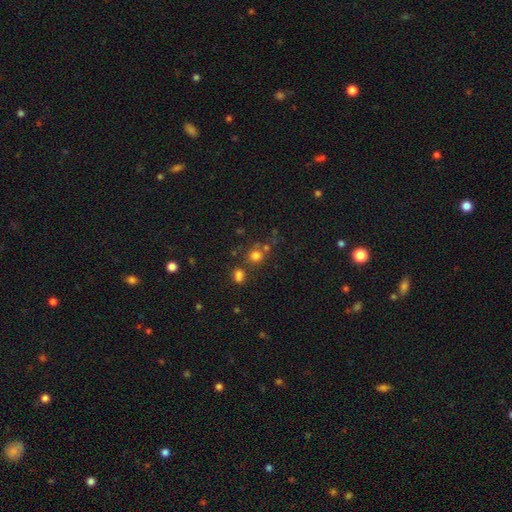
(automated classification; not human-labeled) Q: Smooth or featured?
A: smooth (73%); runner-up: star or artifact (18%)
Q: How rounded?
A: round (83%); runner-up: in between (16%)
Q: Merging?
A: none (62%); runner-up: merger (22%)